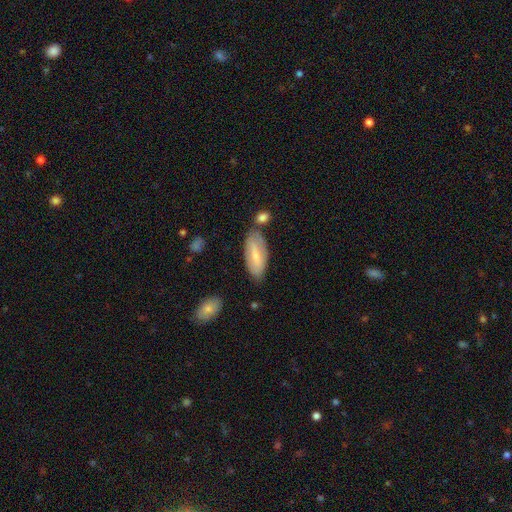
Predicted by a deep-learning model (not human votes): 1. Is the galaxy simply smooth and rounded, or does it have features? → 57% smooth, 37% featured or disk, 6% star or artifact.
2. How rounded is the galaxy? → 78% in between, 20% cigar-shaped, 2% round.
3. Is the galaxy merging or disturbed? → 68% none, 19% minor disturbance, 8% merger, 5% major disturbance.